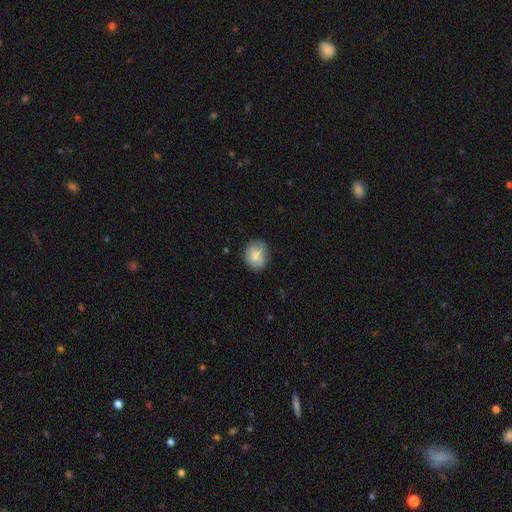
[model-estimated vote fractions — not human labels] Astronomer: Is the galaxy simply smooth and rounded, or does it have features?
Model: smooth — 80%.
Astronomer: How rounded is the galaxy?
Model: round — 63%.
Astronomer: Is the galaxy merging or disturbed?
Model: none — 74%.